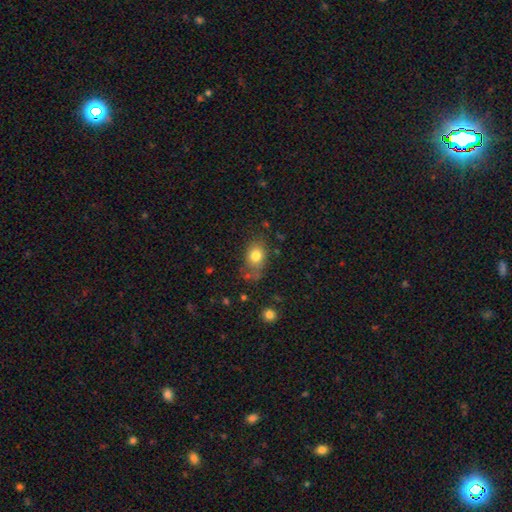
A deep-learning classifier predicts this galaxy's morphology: Smooth or featured? smooth (81%)
How rounded? in between (65%)
Merging? none (66%)